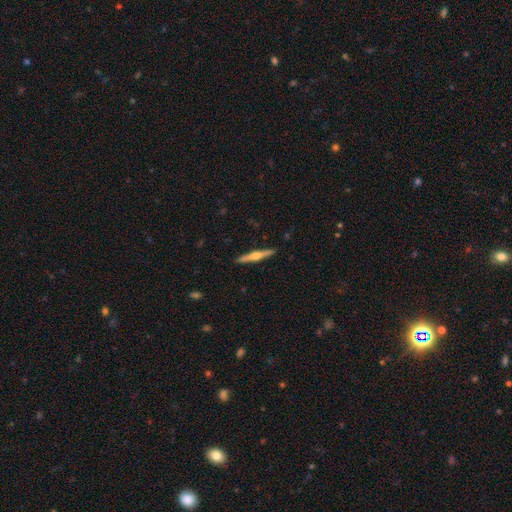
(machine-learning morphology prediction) Overall: featured or disk (72%). Edge-on disk: yes (98%). Edge-on bulge: rounded (91%). Merging: none (91%).